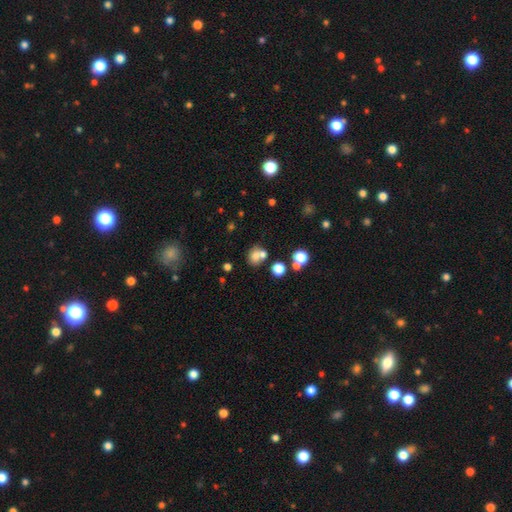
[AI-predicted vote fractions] Smooth or featured? Predicted: smooth (p=0.69). How rounded? Predicted: round (p=0.72). Merging? Predicted: none (p=0.49).